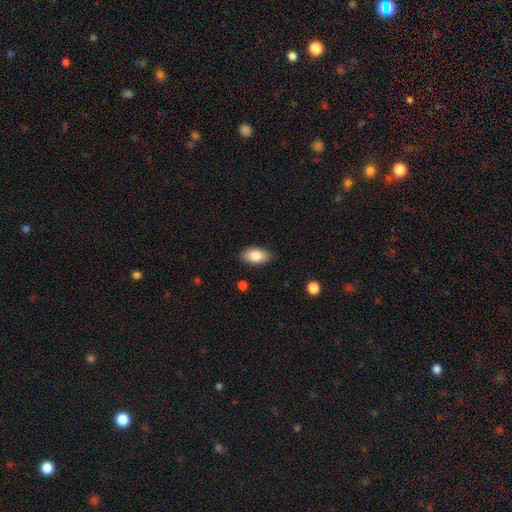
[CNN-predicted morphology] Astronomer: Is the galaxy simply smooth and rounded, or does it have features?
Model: smooth — 84%.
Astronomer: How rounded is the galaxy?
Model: in between — 93%.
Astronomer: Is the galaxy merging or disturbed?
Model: none — 86%.